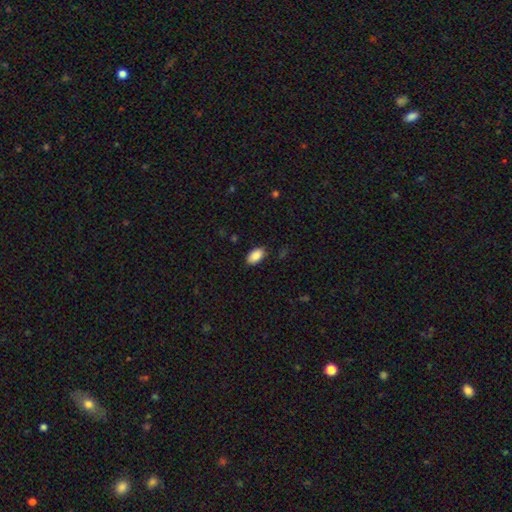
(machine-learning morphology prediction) smooth-or-featured: smooth: 88% | star or artifact: 7% | featured or disk: 5%
  how-rounded: in between: 94% | round: 4% | cigar-shaped: 2%
  merging: none: 85% | minor disturbance: 11% | major disturbance: 2% | merger: 1%